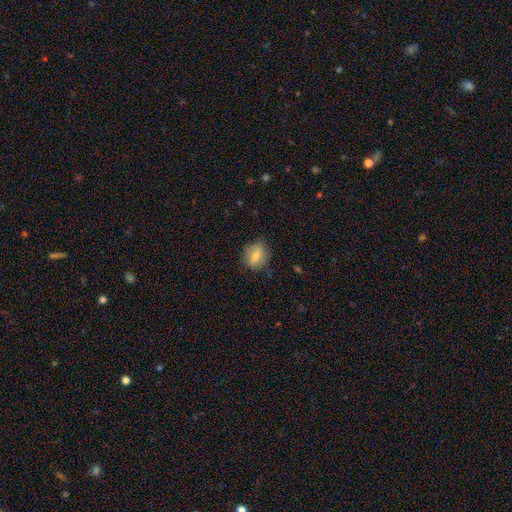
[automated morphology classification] Smooth or featured: smooth — 72% (featured or disk — 20%)
How rounded: round — 53% (in between — 45%)
Merging: none — 74% (minor disturbance — 19%)